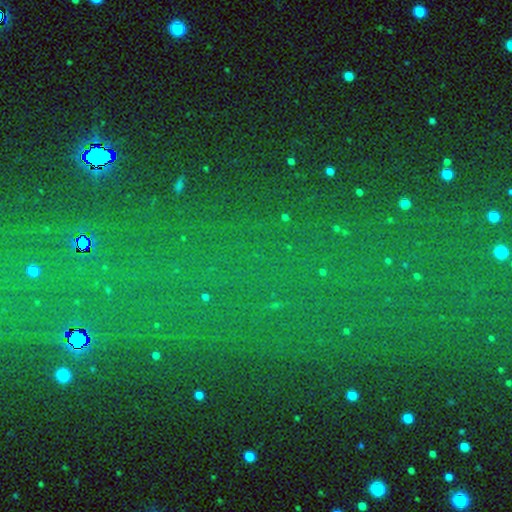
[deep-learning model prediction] Smooth or featured? star or artifact (78%)